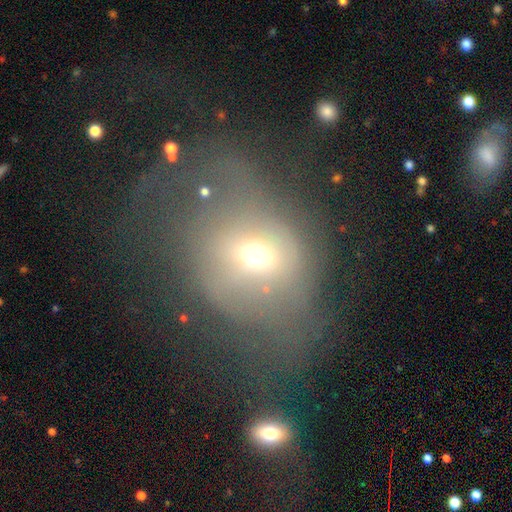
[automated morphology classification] smooth 50%, featured or disk 35%, star or artifact 16%. Down the decision tree: merging — major disturbance (46%).